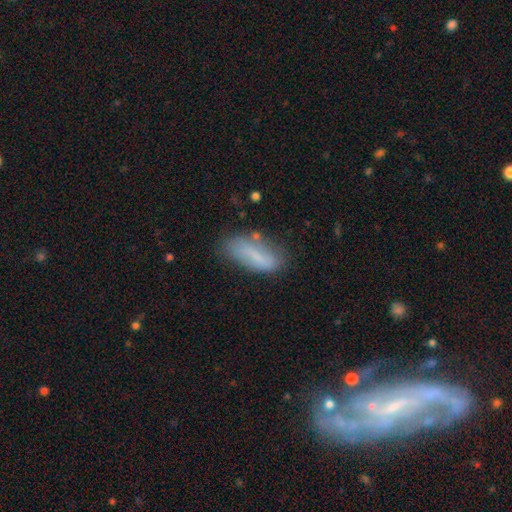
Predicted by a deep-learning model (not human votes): Smooth or featured? smooth (67%)
How rounded? in between (68%)
Merging? none (61%)